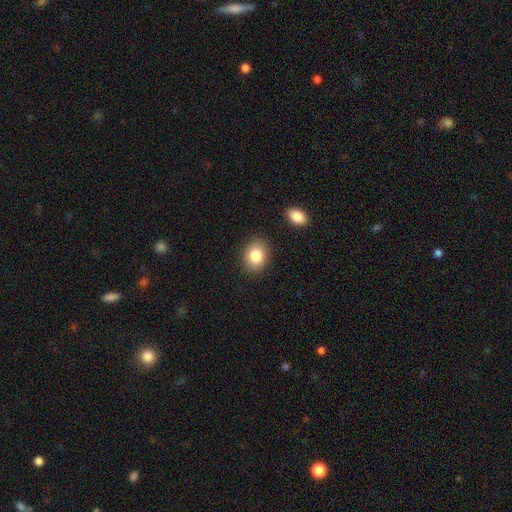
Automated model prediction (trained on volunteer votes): smooth-or-featured: smooth: 83% | star or artifact: 9% | featured or disk: 8%
  how-rounded: in between: 54% | round: 45% | cigar-shaped: 1%
  merging: none: 87% | minor disturbance: 8% | major disturbance: 2% | merger: 2%